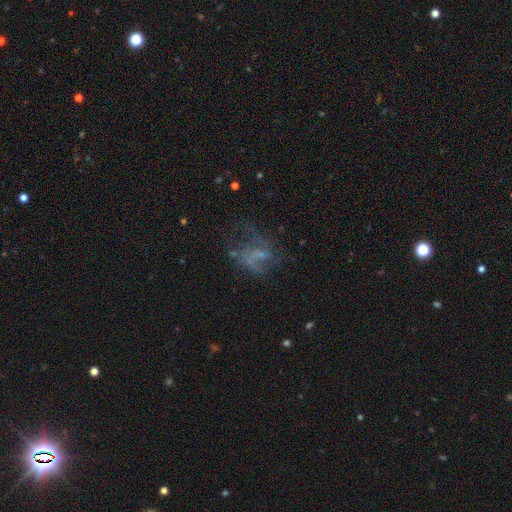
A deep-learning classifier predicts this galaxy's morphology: Smooth or featured? featured or disk (65%)
Edge-on disk? no (97%)
Bar? no (56%)
Spiral arms? yes (66%)
Bulge size? none (45%)
Merging? none (41%)